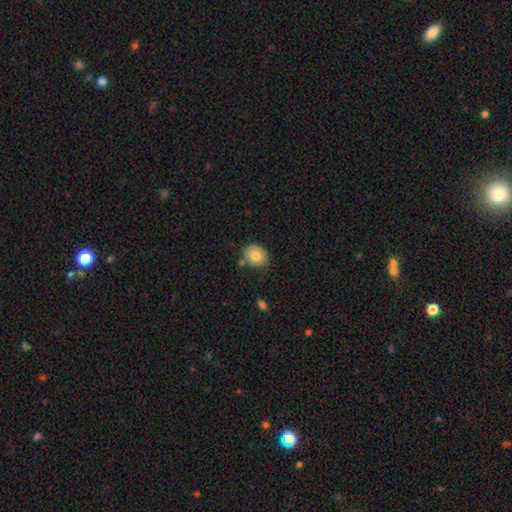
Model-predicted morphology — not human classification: smooth_or_featured: smooth (p=0.80) [alt: featured or disk p=0.12]
how_rounded: round (p=0.55) [alt: in between p=0.44]
merging: none (p=0.71) [alt: minor disturbance p=0.18]